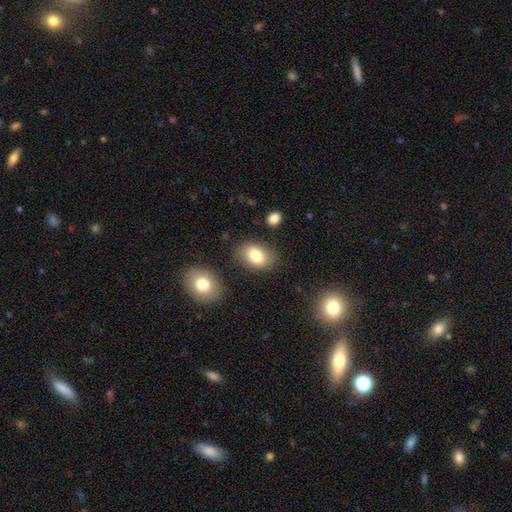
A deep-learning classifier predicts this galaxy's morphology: A smooth galaxy with no disk features (81%) that is in between round and cigar-shaped (85%). Merging: none (80%).